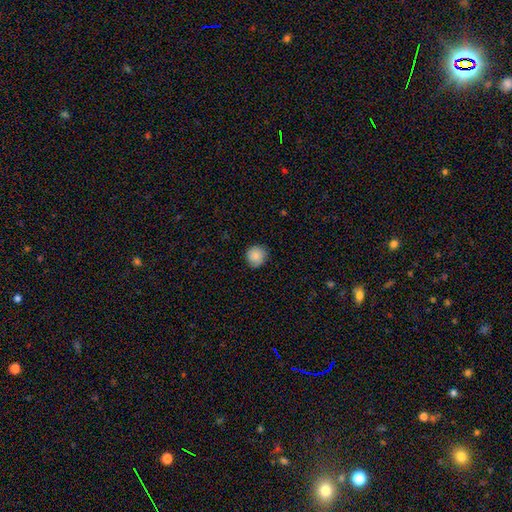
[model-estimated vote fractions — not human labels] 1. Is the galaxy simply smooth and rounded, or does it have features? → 83% smooth, 9% featured or disk, 7% star or artifact.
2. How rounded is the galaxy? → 90% round, 9% in between, 1% cigar-shaped.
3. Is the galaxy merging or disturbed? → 82% none, 14% minor disturbance, 3% major disturbance, 1% merger.